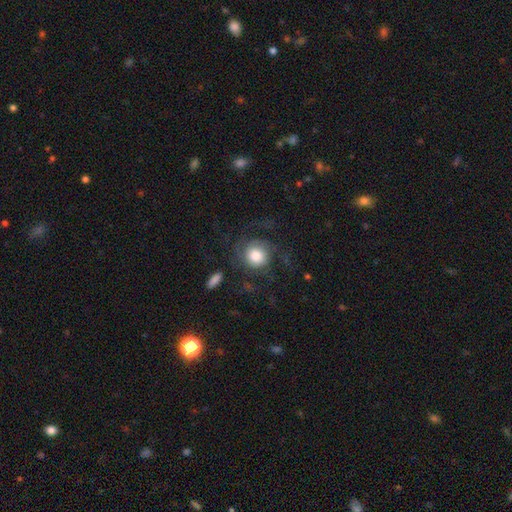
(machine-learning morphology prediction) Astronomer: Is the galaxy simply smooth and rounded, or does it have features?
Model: featured or disk — 46%, tied with smooth at 46%.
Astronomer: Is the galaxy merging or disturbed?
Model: none — 58%.